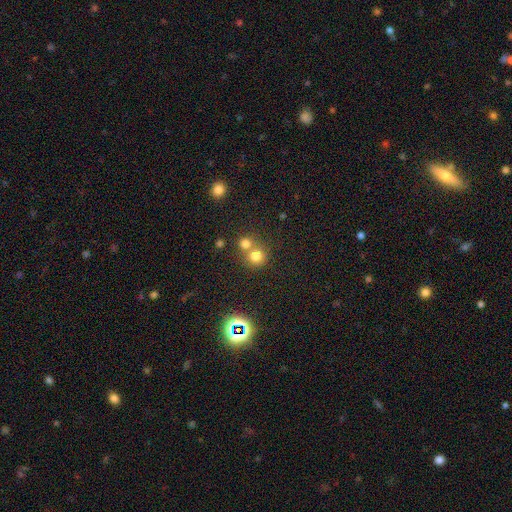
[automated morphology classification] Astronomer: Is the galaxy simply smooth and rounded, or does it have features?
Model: smooth — 75%.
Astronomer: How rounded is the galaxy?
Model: round — 87%.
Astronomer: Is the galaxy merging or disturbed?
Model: none — 48% (runner-up: merger, 43%).